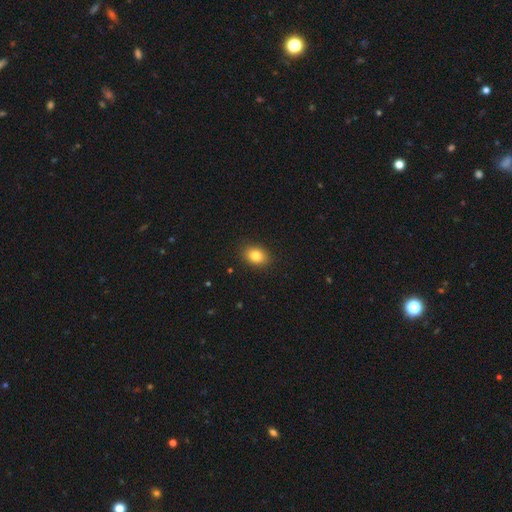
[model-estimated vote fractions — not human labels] Smooth or featured?
  - smooth: 83% *
  - star or artifact: 10%
  - featured or disk: 7%
How rounded?
  - in between: 69% *
  - round: 30%
  - cigar-shaped: 1%
Merging?
  - none: 88% *
  - minor disturbance: 8%
  - major disturbance: 2%
  - merger: 1%